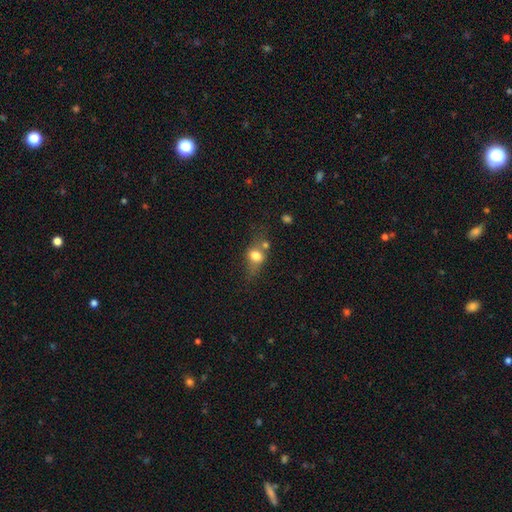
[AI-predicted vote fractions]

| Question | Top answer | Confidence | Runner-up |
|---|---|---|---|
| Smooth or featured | smooth | 68% | featured or disk (21%) |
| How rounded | in between | 52% | round (44%) |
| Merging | none | 39% | merger (25%) |